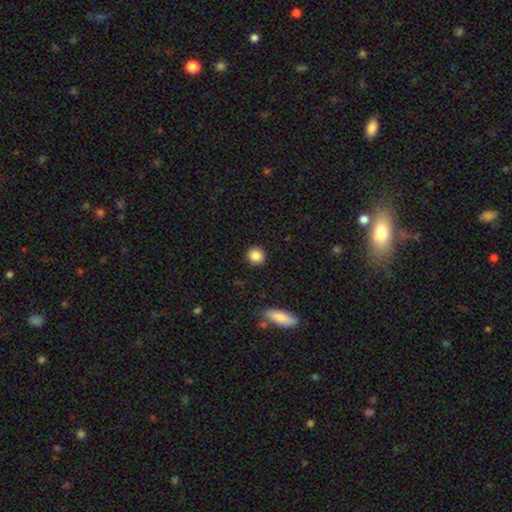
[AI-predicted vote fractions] A smooth galaxy with no disk features (87%) that is round (92%).

Vote fractions:
- Smooth or featured? smooth: 87% / star or artifact: 9% / featured or disk: 4%
- How rounded? round: 92% / in between: 7% / cigar-shaped: 1%
- Merging? none: 91% / minor disturbance: 5% / major disturbance: 2% / merger: 1%